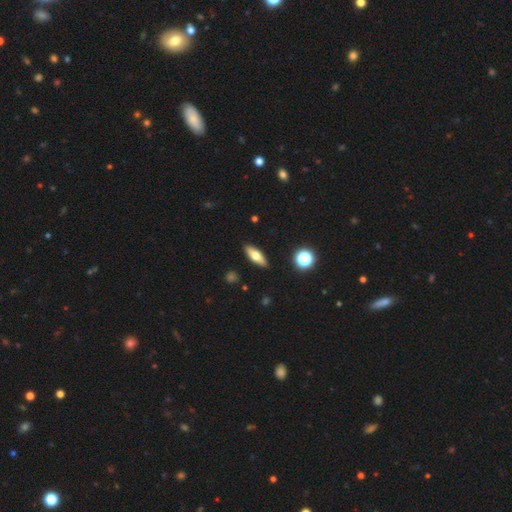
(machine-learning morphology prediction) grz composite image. It shows a smooth galaxy with no disk features (61%) that is in between round and cigar-shaped (60%). Merging: none (89%).